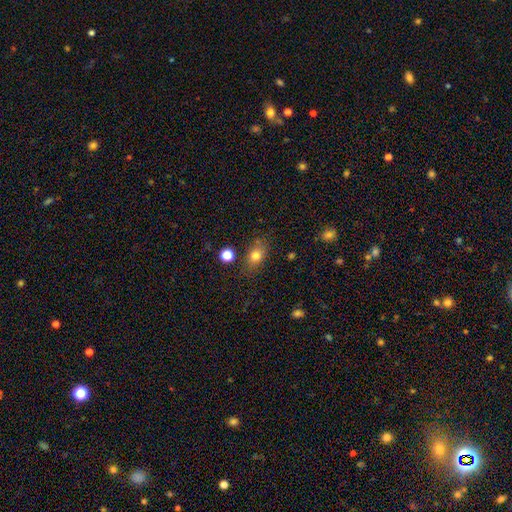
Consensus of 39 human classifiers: Smooth or featured?
  - smooth: 79% *
  - featured or disk: 18%
  - star or artifact: 3%
How rounded?
  - in between: 90% *
  - cigar-shaped: 6%
  - round: 3%
Merging?
  - none: 84% *
  - minor disturbance: 16%
  - major disturbance: 0%
  - merger: 0%